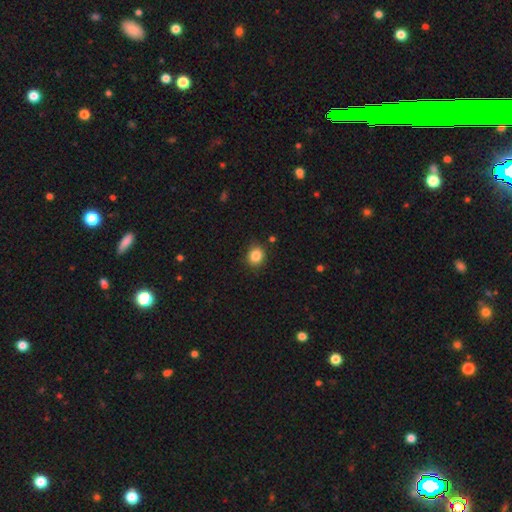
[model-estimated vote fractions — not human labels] Smooth or featured? smooth (85%)
How rounded? round (70%)
Merging? none (86%)